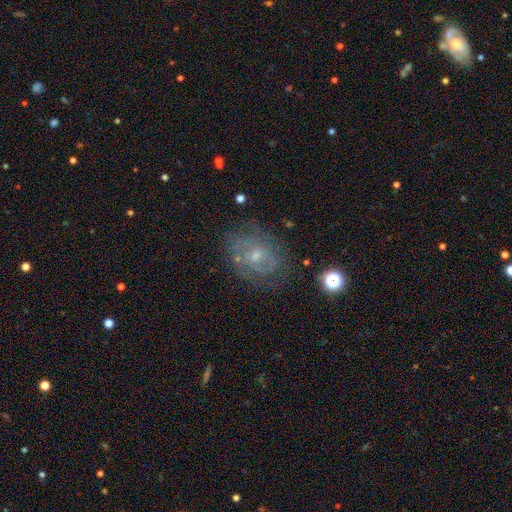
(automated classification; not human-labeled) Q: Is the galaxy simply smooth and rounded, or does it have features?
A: featured or disk — 69%.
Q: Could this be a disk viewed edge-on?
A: no — 97%.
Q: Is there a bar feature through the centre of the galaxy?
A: no — 64%.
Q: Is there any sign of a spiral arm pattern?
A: yes — 74%.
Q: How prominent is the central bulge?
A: small — 61%.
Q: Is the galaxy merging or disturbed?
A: none — 71%.